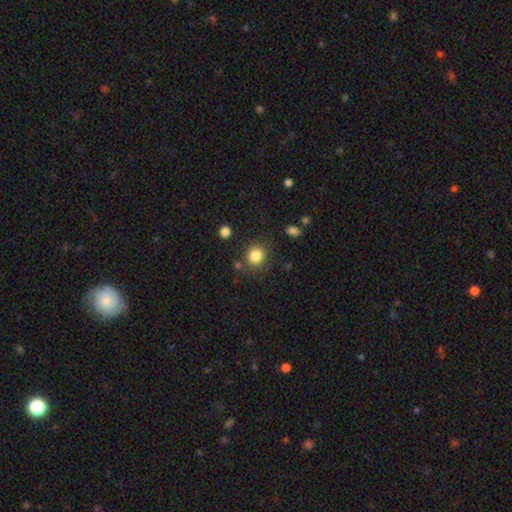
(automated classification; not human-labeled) smooth-or-featured: smooth: 84% | star or artifact: 11% | featured or disk: 5%
  how-rounded: round: 83% | in between: 16% | cigar-shaped: 1%
  merging: none: 82% | minor disturbance: 10% | merger: 5% | major disturbance: 4%